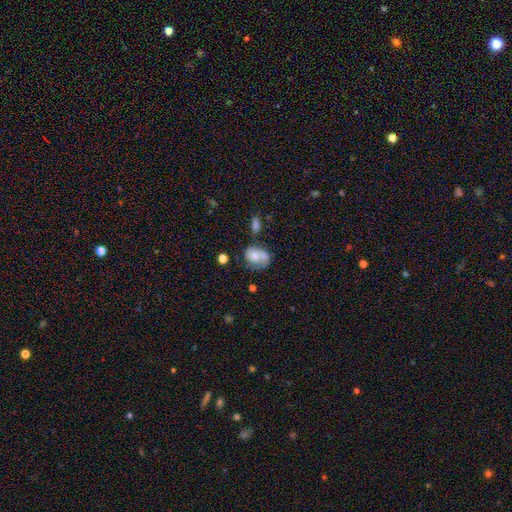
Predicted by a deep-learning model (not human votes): Smooth or featured: smooth — 50% (featured or disk — 41%)
How rounded: in between — 60% (round — 39%)
Merging: none — 41% (minor disturbance — 25%)